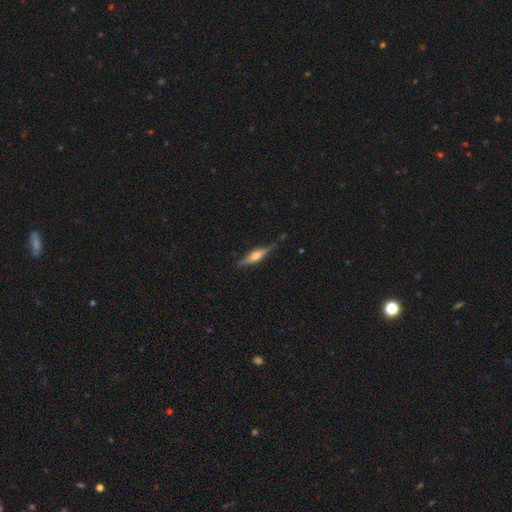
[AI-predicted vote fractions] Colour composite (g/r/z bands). It shows a featured or disk galaxy (67%) viewed edge-on (97%) with a rounded central bulge (89%). Merging: none (84%).